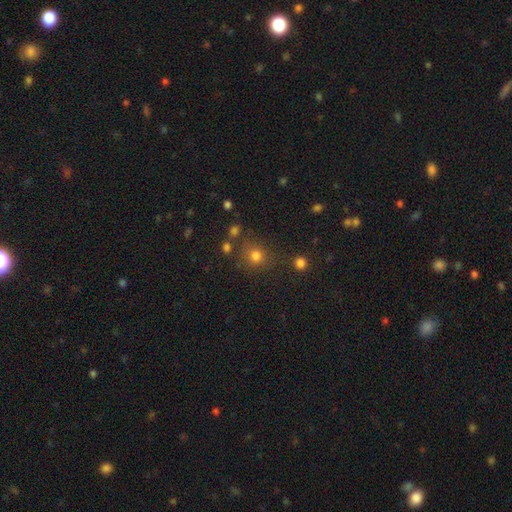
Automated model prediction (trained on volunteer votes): smooth_or_featured: smooth (p=0.77) [alt: star or artifact p=0.17]
how_rounded: round (p=0.85) [alt: in between p=0.14]
merging: none (p=0.74) [alt: minor disturbance p=0.12]